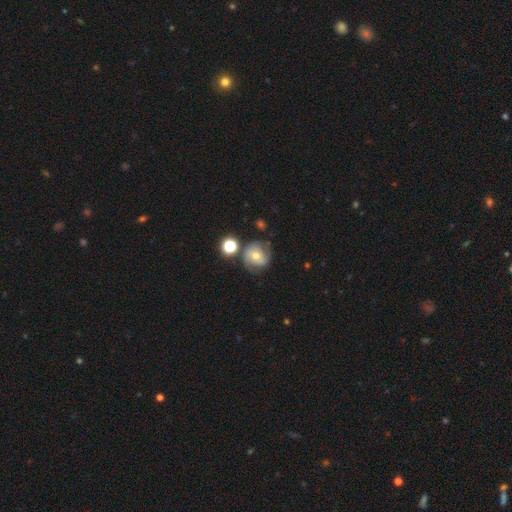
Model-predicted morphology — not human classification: This is possibly a featured or disk galaxy (47%). Merging: possibly none (57%).